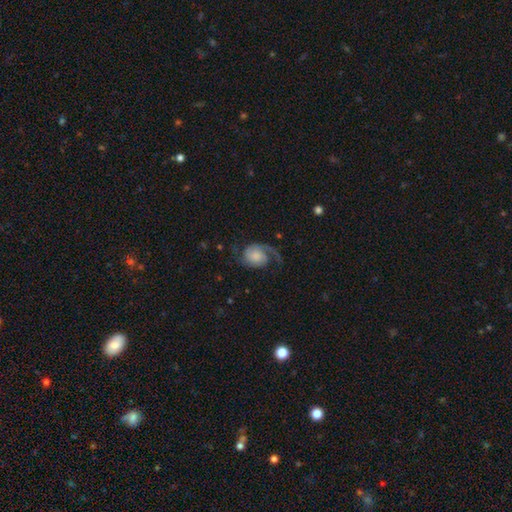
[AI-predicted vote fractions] Smooth or featured?
  - featured or disk: 75% *
  - smooth: 18%
  - star or artifact: 7%
Edge-on disk?
  - no: 98% *
  - yes: 2%
Bar?
  - no: 75% *
  - weak: 21%
  - strong: 4%
Spiral arms?
  - yes: 96% *
  - no: 4%
Spiral winding?
  - loose: 42% *
  - medium: 39%
  - tight: 20%
Spiral arm count?
  - 2: 62% *
  - 1: 32%
  - can't tell: 3%
  - 3: 1%
  - 4: 1%
  - more than 4: 1%
Bulge size?
  - small: 24% *
  - none: 23%
  - moderate: 23%
  - large: 21%
  - dominant: 8%
Merging?
  - none: 56% *
  - major disturbance: 23%
  - minor disturbance: 19%
  - merger: 2%